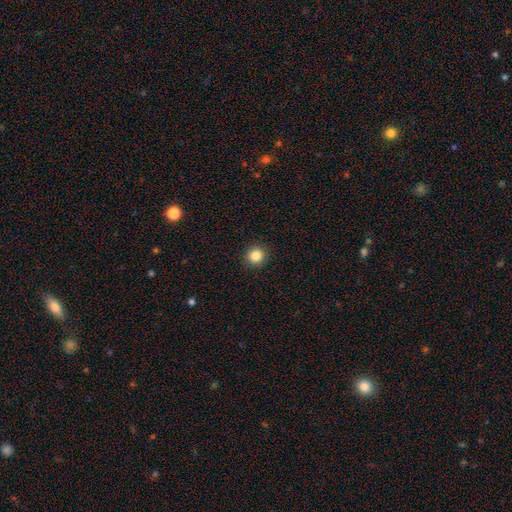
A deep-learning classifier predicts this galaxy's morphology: smooth-or-featured: smooth: 85% | star or artifact: 11% | featured or disk: 5%
  how-rounded: round: 92% | in between: 7% | cigar-shaped: 1%
  merging: none: 92% | minor disturbance: 5% | major disturbance: 2% | merger: 1%